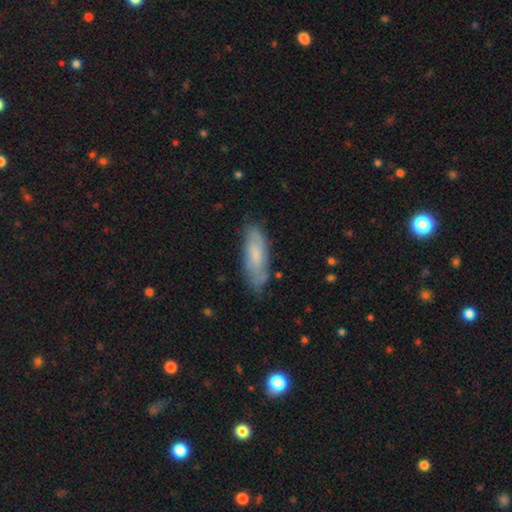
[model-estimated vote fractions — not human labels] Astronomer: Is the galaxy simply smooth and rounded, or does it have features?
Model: smooth — 63%.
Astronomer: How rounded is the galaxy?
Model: in between — 58% (runner-up: cigar-shaped, 41%).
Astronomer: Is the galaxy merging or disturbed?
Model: none — 70%.